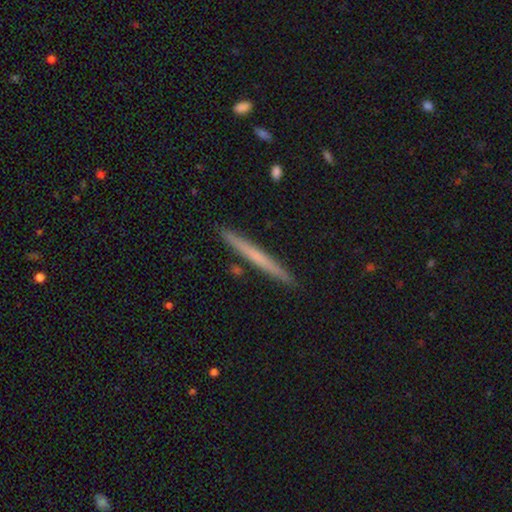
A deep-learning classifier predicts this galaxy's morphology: The model was most divided on "smooth or featured": smooth: 56%, featured or disk: 39%, star or artifact: 5%. More confident: how rounded — cigar-shaped (97%); merging — none (91%).